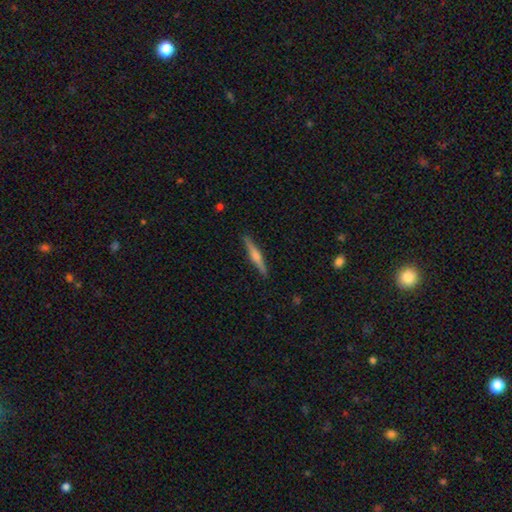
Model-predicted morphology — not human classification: Smooth or featured? featured or disk (66%)
Edge-on disk? yes (98%)
Edge-on bulge? rounded (85%)
Merging? none (91%)